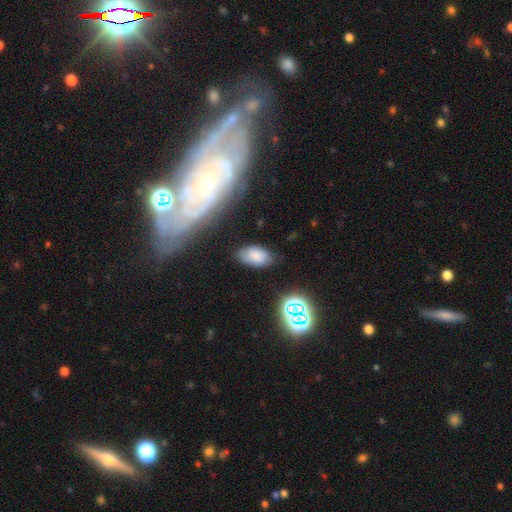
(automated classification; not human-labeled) This appears to be a smooth galaxy with no disk features (73%) that is in between round and cigar-shaped (93%). Merging: none (76%).